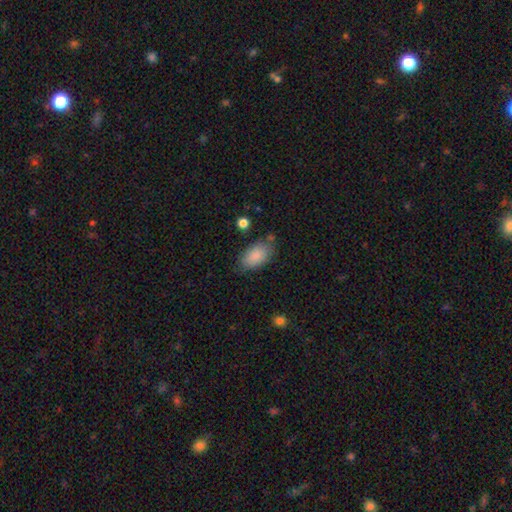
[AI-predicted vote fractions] A smooth galaxy with no disk features (86%) that is in between round and cigar-shaped (93%). Merging: none (74%).